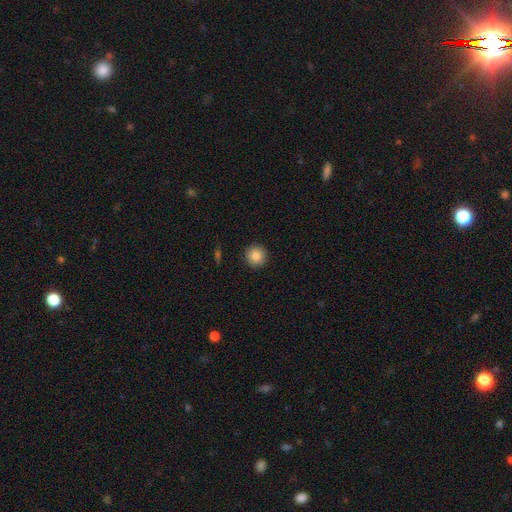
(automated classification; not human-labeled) Q: Smooth or featured?
A: smooth (84%); runner-up: star or artifact (9%)
Q: How rounded?
A: round (95%); runner-up: in between (4%)
Q: Merging?
A: none (92%); runner-up: minor disturbance (5%)